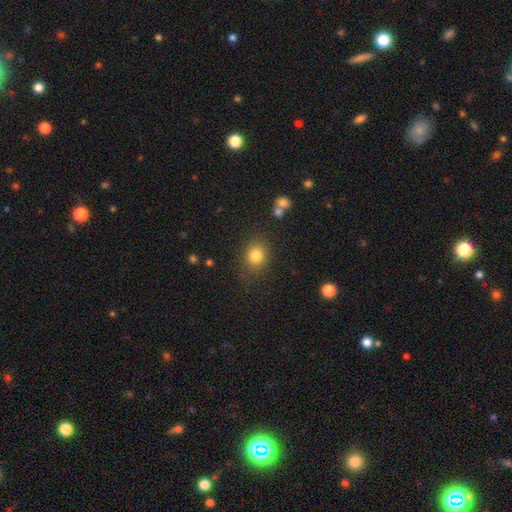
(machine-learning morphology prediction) Q: Smooth or featured?
A: smooth (82%); runner-up: star or artifact (11%)
Q: How rounded?
A: round (66%); runner-up: in between (33%)
Q: Merging?
A: none (81%); runner-up: minor disturbance (12%)